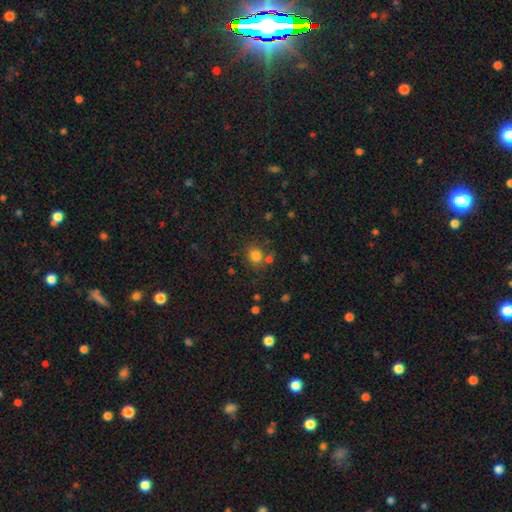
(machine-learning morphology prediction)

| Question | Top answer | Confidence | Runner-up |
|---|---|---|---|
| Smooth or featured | smooth | 80% | star or artifact (14%) |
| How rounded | round | 80% | in between (19%) |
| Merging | none | 71% | merger (14%) |